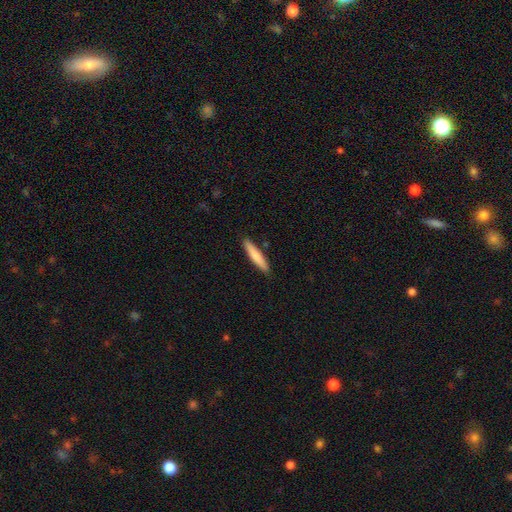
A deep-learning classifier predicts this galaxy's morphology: Overall: smooth (74%). How rounded: cigar-shaped (90%). Merging: none (89%).